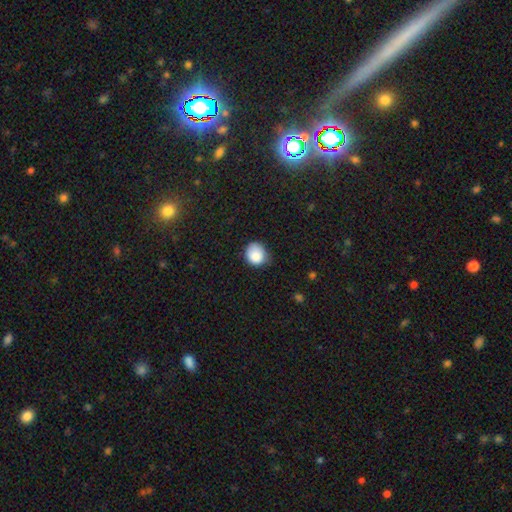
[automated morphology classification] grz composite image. It shows a smooth galaxy with no disk features (85%) that is round (74%). Merging: none (57%).